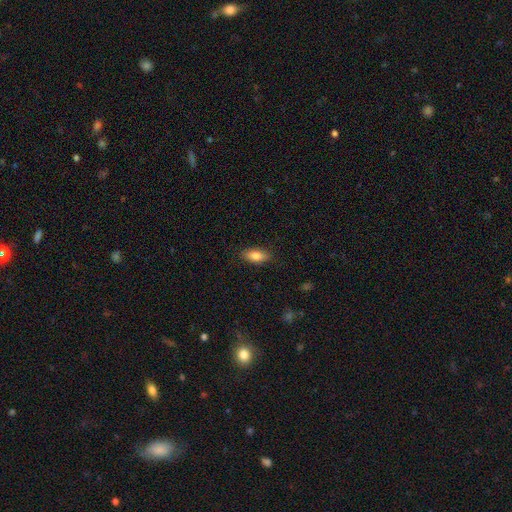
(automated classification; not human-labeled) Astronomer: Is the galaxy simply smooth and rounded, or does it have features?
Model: smooth — 83%.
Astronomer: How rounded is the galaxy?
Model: in between — 85%.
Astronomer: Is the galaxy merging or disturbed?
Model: none — 87%.